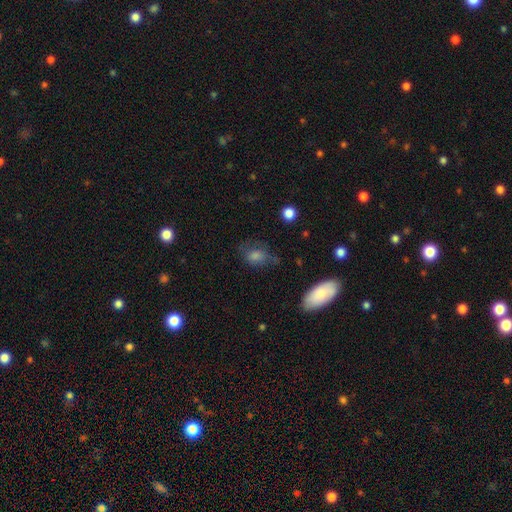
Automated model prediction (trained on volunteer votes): Overall: smooth (67%). How rounded: in between (64%; round 34%). Merging: none (56%; minor disturbance 25%).